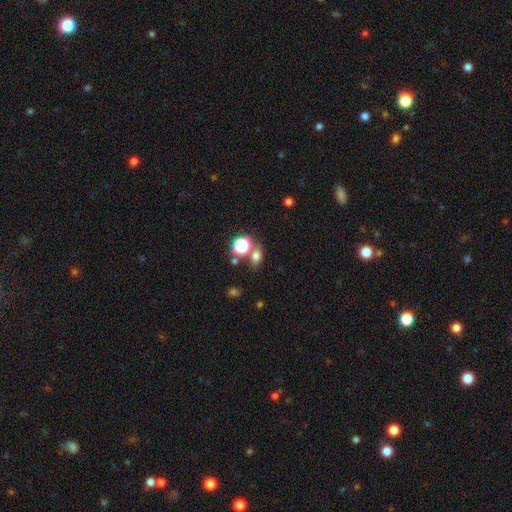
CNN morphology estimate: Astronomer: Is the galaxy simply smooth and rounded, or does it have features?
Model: smooth — 68%.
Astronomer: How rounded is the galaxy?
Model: in between — 61%.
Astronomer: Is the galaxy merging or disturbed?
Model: none — 63%.